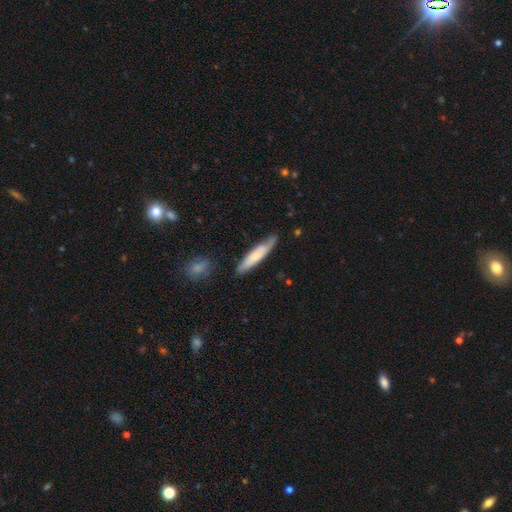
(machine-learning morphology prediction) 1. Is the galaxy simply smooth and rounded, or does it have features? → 61% smooth, 33% featured or disk, 5% star or artifact.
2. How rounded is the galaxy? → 80% cigar-shaped, 19% in between, 1% round.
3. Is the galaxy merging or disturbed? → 71% none, 21% minor disturbance, 5% major disturbance, 3% merger.